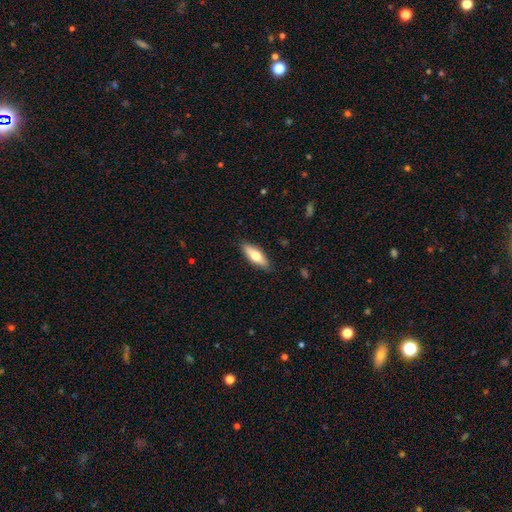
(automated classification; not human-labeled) Smooth or featured? Predicted: smooth (p=0.65). How rounded? Predicted: in between (p=0.59). Merging? Predicted: none (p=0.87).